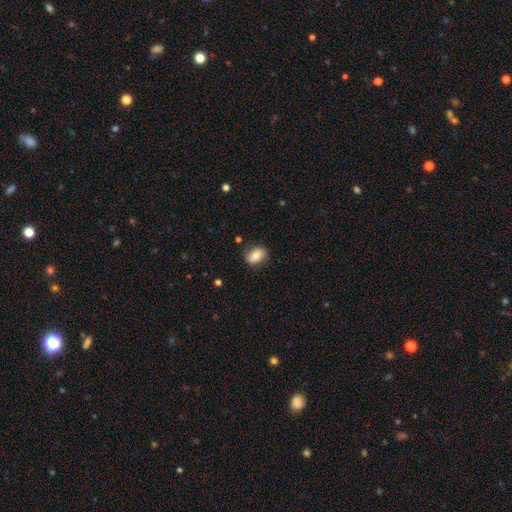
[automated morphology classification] Smooth or featured: smooth — 74% (featured or disk — 18%)
How rounded: in between — 71% (round — 27%)
Merging: none — 79% (minor disturbance — 15%)